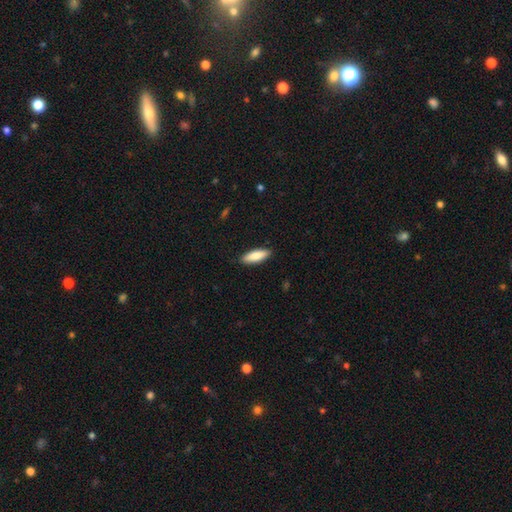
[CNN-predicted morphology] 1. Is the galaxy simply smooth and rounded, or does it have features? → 84% smooth, 10% featured or disk, 5% star or artifact.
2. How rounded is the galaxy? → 61% in between, 38% cigar-shaped, 2% round.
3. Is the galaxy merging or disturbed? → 89% none, 9% minor disturbance, 2% major disturbance, 1% merger.